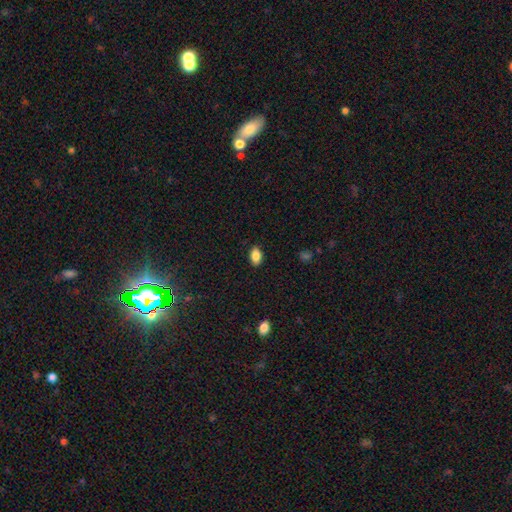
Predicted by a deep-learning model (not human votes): Smooth or featured? smooth (86%)
How rounded? in between (90%)
Merging? none (88%)